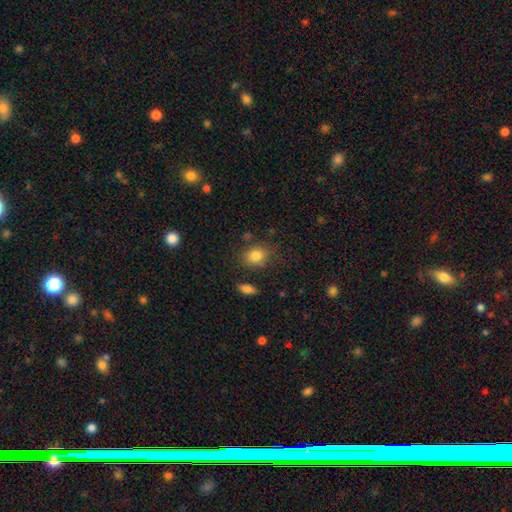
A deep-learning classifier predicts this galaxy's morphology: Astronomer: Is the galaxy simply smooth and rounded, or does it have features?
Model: smooth — 82%.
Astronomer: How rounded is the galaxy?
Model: round — 52% (runner-up: in between, 47%).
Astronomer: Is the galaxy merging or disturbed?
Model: none — 77%.